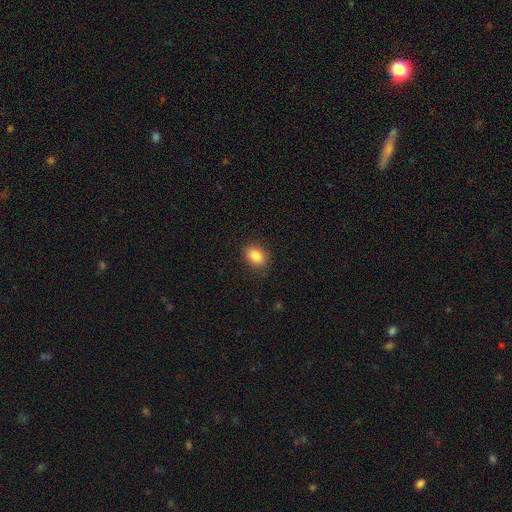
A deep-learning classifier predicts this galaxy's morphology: Smooth or featured? smooth (85%)
How rounded? in between (78%)
Merging? none (86%)